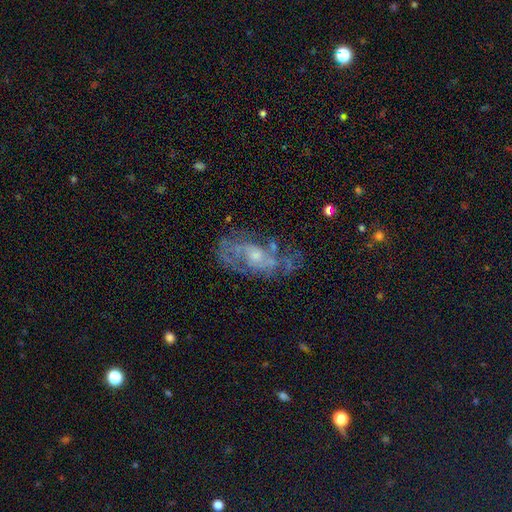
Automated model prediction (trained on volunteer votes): This appears to be a featured or disk galaxy (69%) with no bar (69%), spiral arms (72%) and a small central bulge (53%). Merging: none (60%).